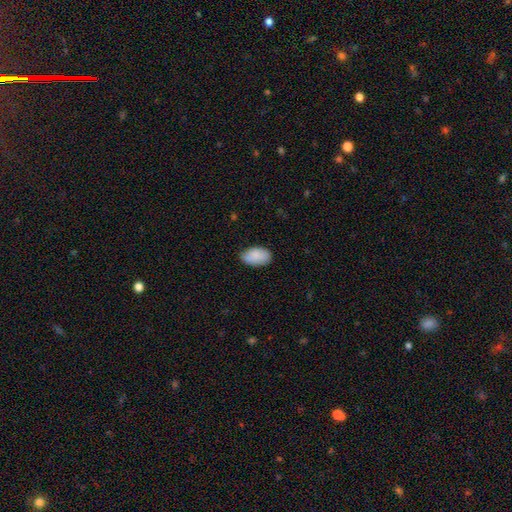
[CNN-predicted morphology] This is clearly a smooth galaxy (87%). How rounded: clearly in between (93%). Merging: likely none (77%).